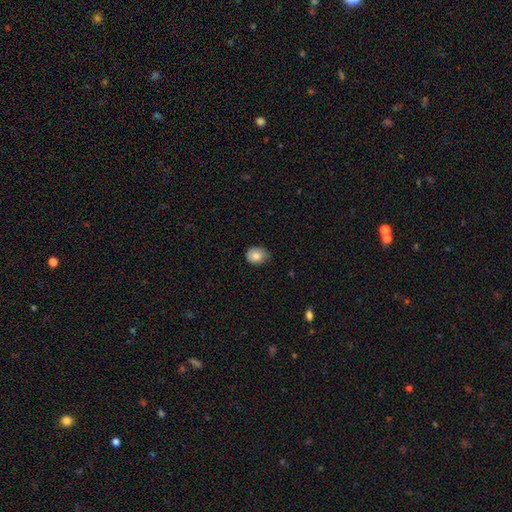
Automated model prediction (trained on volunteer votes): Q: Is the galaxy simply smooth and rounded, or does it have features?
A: smooth — 81%.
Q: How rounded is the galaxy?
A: round — 55%.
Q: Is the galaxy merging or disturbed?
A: none — 63%.